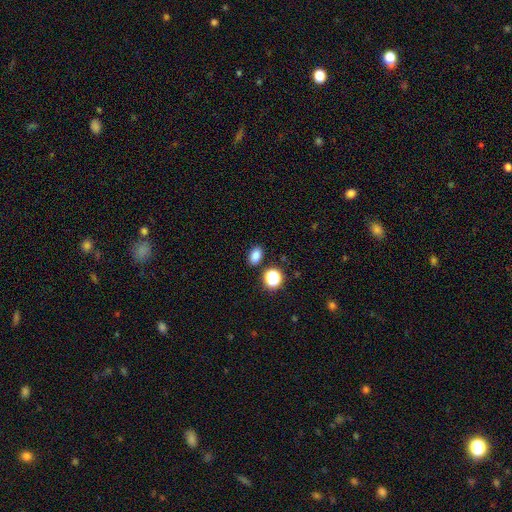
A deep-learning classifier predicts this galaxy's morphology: A smooth galaxy with no disk features (82%) that is in between round and cigar-shaped (79%). Merging: none (85%).